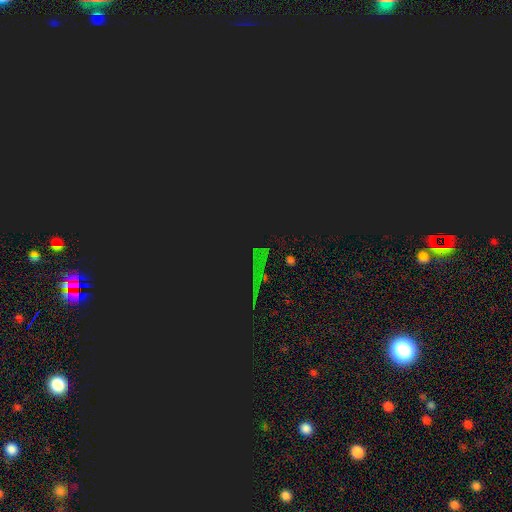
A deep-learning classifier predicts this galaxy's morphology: star or artifact 82%, smooth 11%, featured or disk 7%.